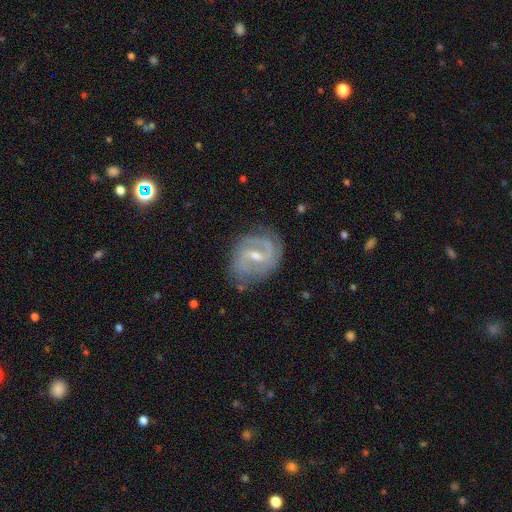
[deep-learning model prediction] Overall: featured or disk (86%). Edge-on disk: no (97%). Bar: weak (55%; strong 29%). Spiral arms: yes (95%). Spiral arm count: 2 (74%). Spiral winding: medium (45%; tight 38%). Bulge size: moderate (49%; small 47%). Merging: none (73%).